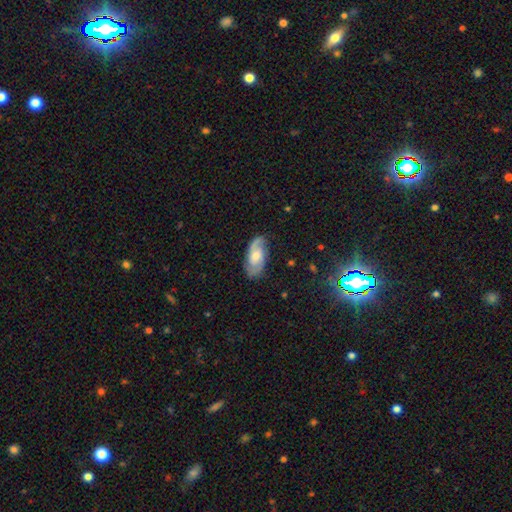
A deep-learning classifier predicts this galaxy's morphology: This appears to be a featured or disk galaxy (72%) with no bar (62%), 2 (81%) medium (46%) spiral arms (94%) and a moderate central bulge (51%). Merging: none (78%).